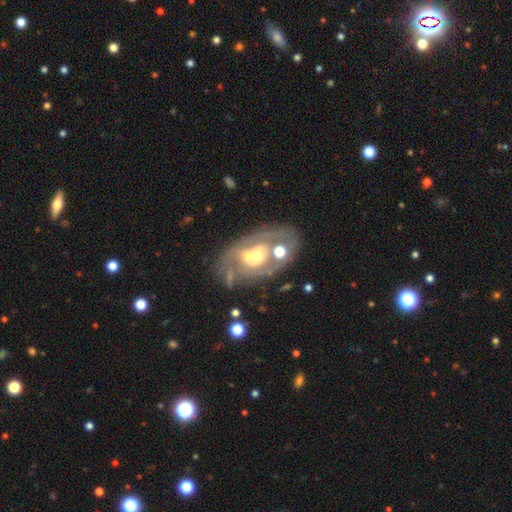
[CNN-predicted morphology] Smooth or featured? featured or disk (77%)
Edge-on disk? no (95%)
Bar? no (74%)
Spiral arms? yes (62%)
Bulge size? moderate (53%)
Merging? none (43%)